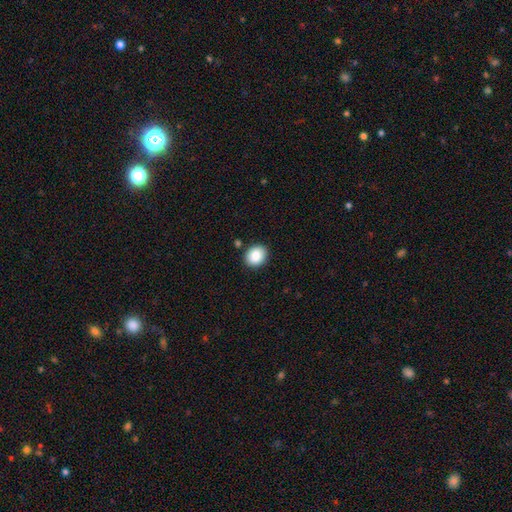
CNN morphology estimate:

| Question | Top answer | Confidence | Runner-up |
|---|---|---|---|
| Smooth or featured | smooth | 87% | star or artifact (8%) |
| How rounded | round | 57% | in between (42%) |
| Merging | none | 88% | minor disturbance (8%) |